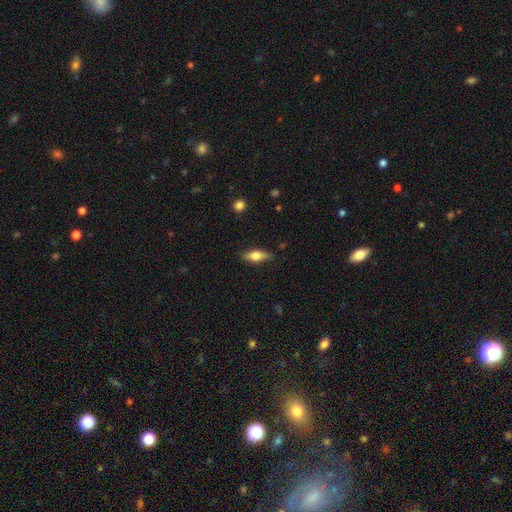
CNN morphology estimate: A smooth galaxy with no disk features (64%) that is in between round and cigar-shaped (66%). Merging: none (80%).